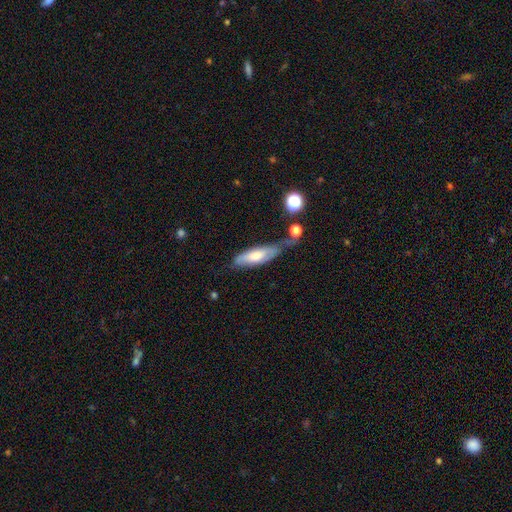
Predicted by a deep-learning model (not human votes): smooth_or_featured: smooth (p=0.59) [alt: featured or disk p=0.35]
how_rounded: in between (p=0.52) [alt: cigar-shaped p=0.47]
merging: none (p=0.37) [alt: minor disturbance p=0.32]